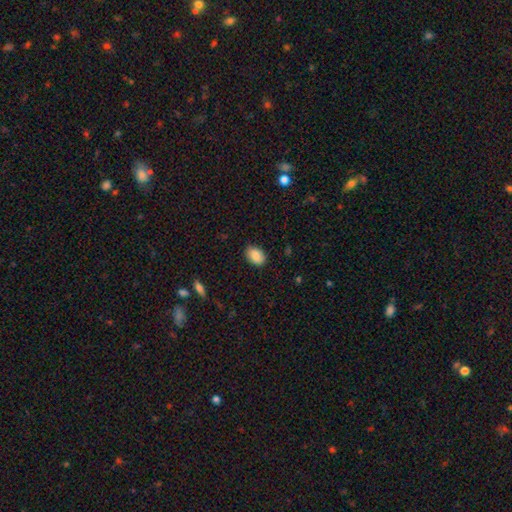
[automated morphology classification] smooth 85%, featured or disk 8%, star or artifact 7%. Down the decision tree: how rounded — in between (83%); merging — none (87%).